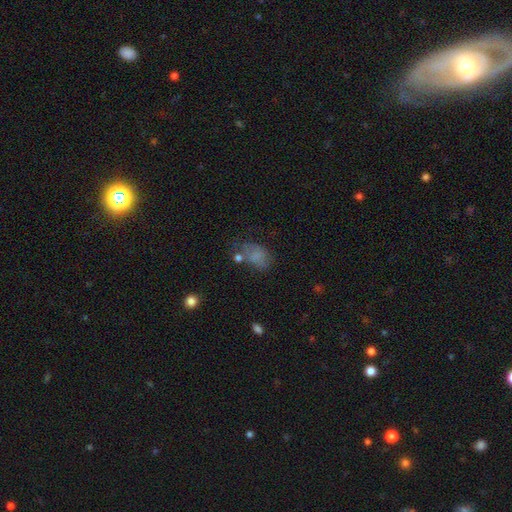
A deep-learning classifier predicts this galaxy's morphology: Smooth or featured? Predicted: smooth (p=0.68). How rounded? Predicted: in between (p=0.80). Merging? Predicted: none (p=0.44).